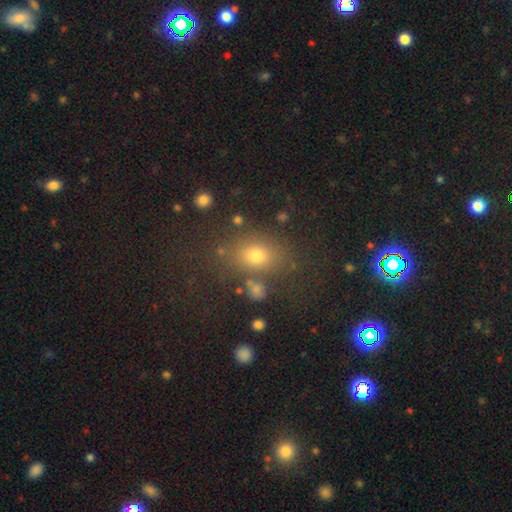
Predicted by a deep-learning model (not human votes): smooth-or-featured: smooth: 71% | star or artifact: 18% | featured or disk: 11%
  how-rounded: in between: 65% | round: 33% | cigar-shaped: 2%
  merging: none: 73% | minor disturbance: 13% | merger: 7% | major disturbance: 6%